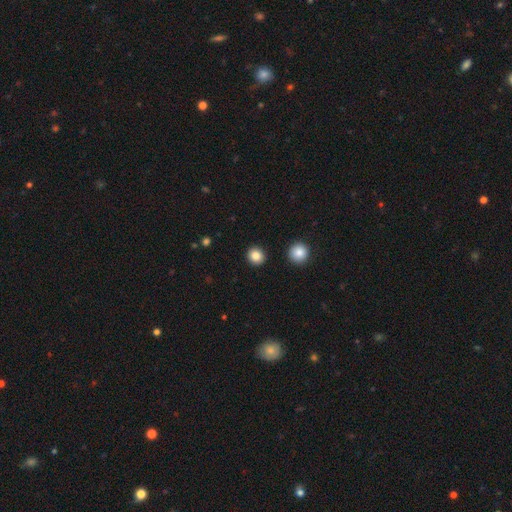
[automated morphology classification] A smooth galaxy with no disk features (85%) that is round (90%). Merging: none (92%).